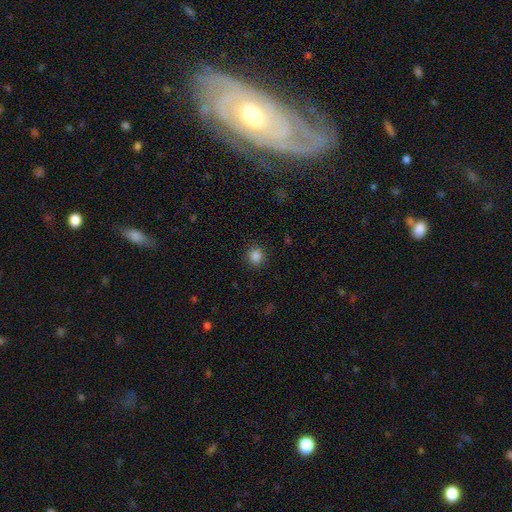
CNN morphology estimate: A smooth galaxy with no disk features (85%) that is round (89%). Merging: none (90%).